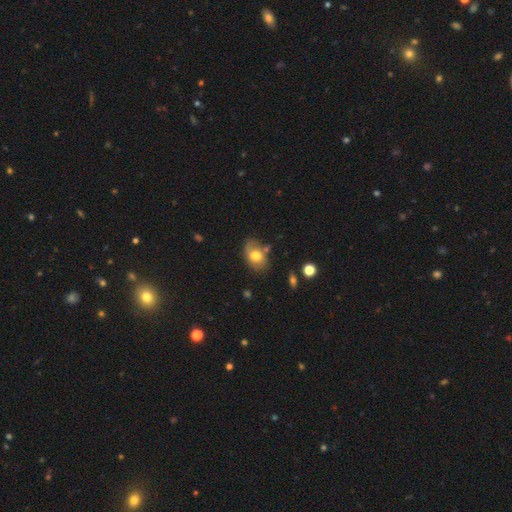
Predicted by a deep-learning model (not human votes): This appears to be a smooth galaxy with no disk features (69%) that is in between round and cigar-shaped (78%). Merging: none (62%).